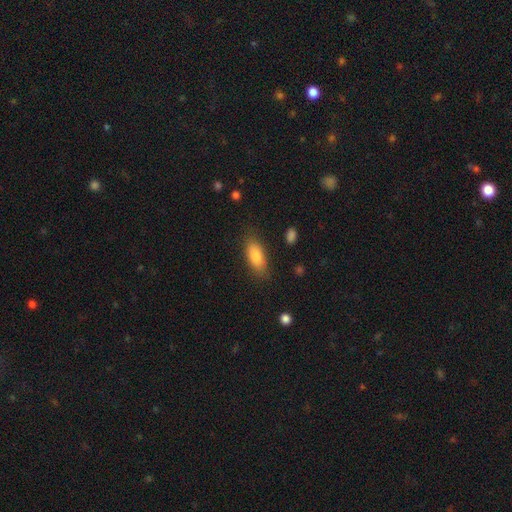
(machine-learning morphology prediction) A smooth galaxy with no disk features (84%) that is in between round and cigar-shaped (80%). Merging: none (82%).